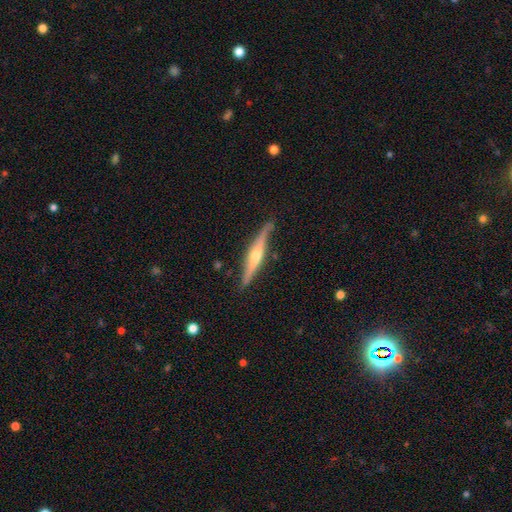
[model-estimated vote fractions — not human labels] Q: Smooth or featured?
A: featured or disk (74%); runner-up: smooth (20%)
Q: Edge-on disk?
A: yes (96%); runner-up: no (4%)
Q: Edge-on bulge?
A: rounded (87%); runner-up: none (8%)
Q: Merging?
A: none (82%); runner-up: minor disturbance (14%)